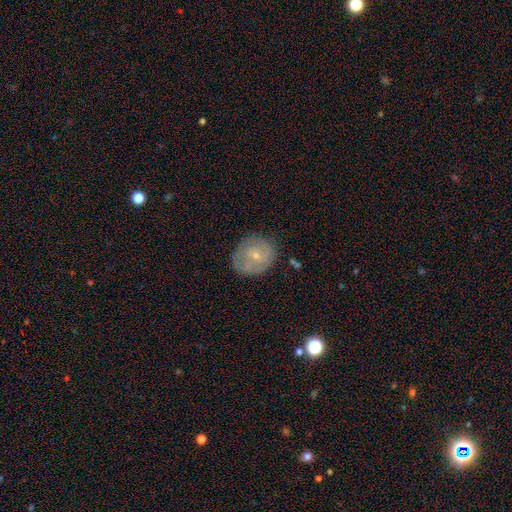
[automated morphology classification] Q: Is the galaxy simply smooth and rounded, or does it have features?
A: featured or disk — 52%.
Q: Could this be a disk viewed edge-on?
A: no — 97%.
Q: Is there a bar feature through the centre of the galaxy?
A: no — 61%.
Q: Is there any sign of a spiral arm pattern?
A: yes — 71%.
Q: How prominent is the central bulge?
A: small — 72%.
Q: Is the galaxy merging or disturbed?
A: none — 73%.